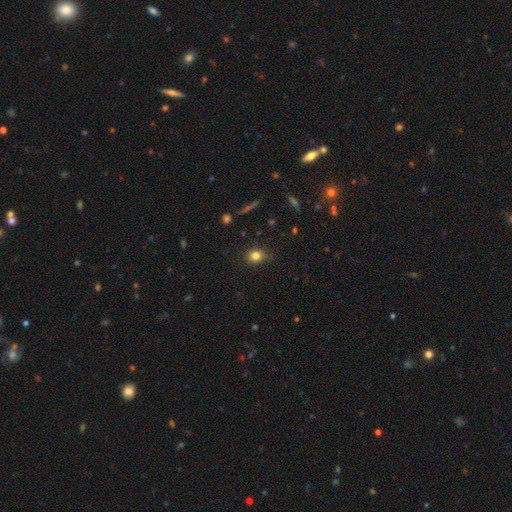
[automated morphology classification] type=smooth (79%); roundness=round (62%); merging=none (77%).